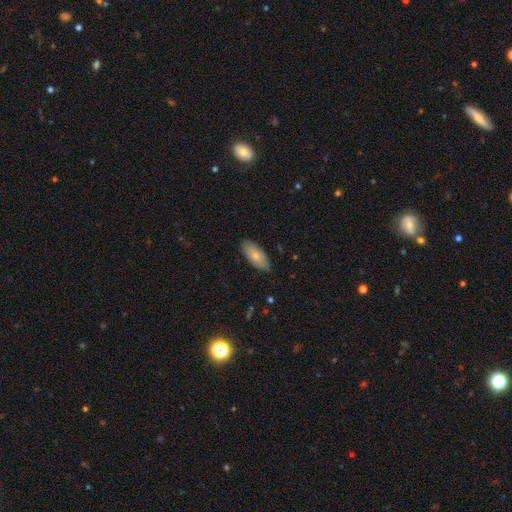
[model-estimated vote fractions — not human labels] Smooth or featured: smooth — 75% (featured or disk — 19%)
How rounded: in between — 88% (cigar-shaped — 11%)
Merging: none — 83% (minor disturbance — 14%)